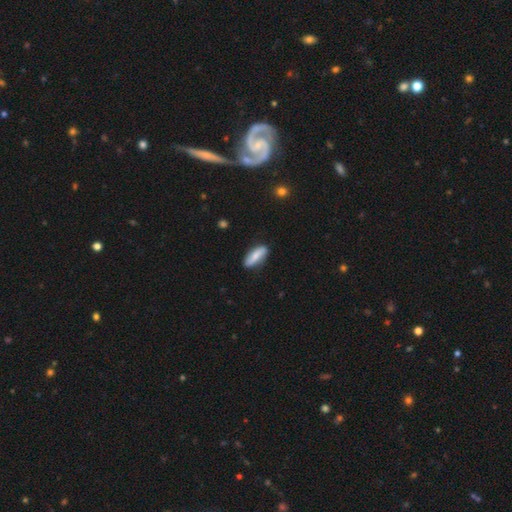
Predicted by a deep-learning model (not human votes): smooth-or-featured: smooth: 66% | featured or disk: 28% | star or artifact: 6%
  how-rounded: in between: 61% | cigar-shaped: 36% | round: 3%
  merging: none: 82% | minor disturbance: 14% | major disturbance: 3% | merger: 1%